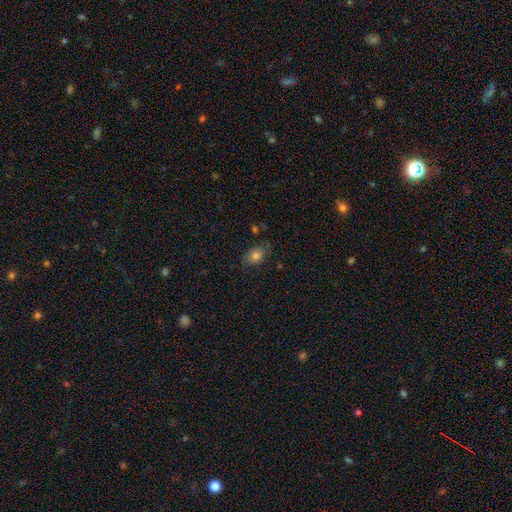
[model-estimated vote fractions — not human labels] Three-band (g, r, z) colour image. It shows a smooth galaxy with no disk features (75%) that is in between round and cigar-shaped (82%). Merging: none (75%).